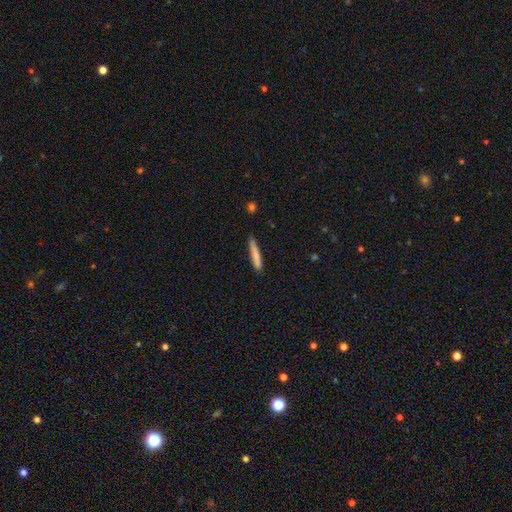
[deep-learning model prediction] Smooth or featured: smooth — 79% (featured or disk — 15%)
How rounded: cigar-shaped — 94% (in between — 5%)
Merging: none — 85% (minor disturbance — 11%)